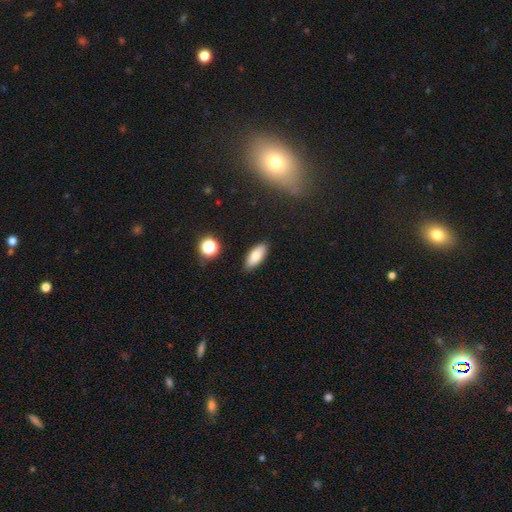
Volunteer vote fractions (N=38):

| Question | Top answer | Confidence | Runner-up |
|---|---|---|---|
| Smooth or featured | smooth | 84% | featured or disk (16%) |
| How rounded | in between | 78% | cigar-shaped (16%) |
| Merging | none | 89% | minor disturbance (5%) |